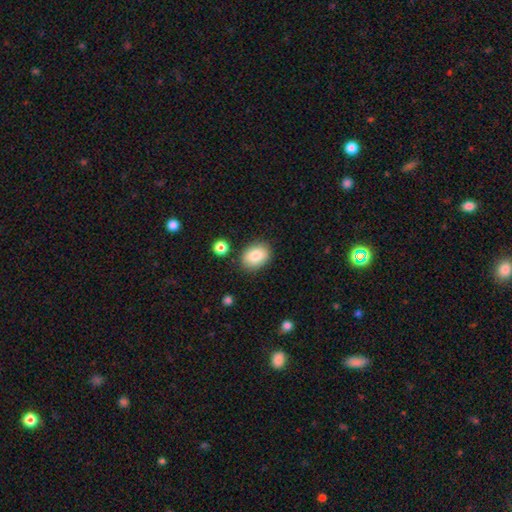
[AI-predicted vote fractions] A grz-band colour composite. It shows a smooth galaxy with no disk features (85%) that is in between round and cigar-shaped (75%). Merging: none (84%).